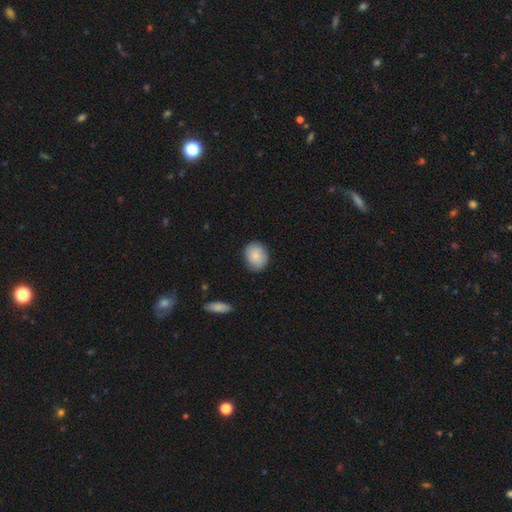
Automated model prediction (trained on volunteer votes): smooth 81%, featured or disk 13%, star or artifact 6%. Down the decision tree: how rounded — round (51%); merging — none (84%).